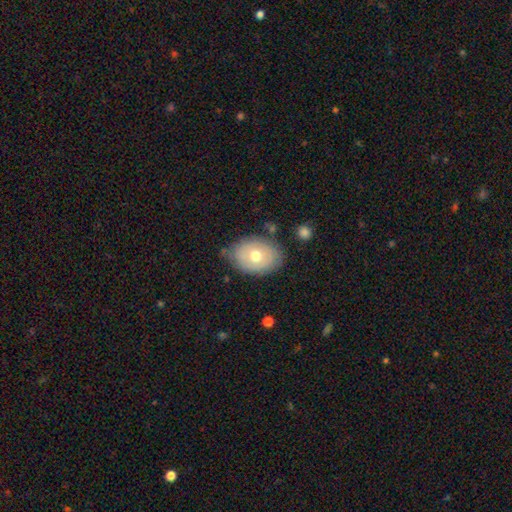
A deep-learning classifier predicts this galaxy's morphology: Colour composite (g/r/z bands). It shows a smooth galaxy with no disk features (60%) that is in between round and cigar-shaped (73%). Merging: none (70%).